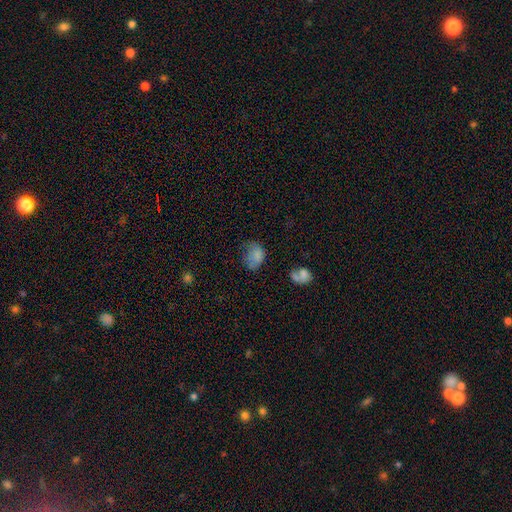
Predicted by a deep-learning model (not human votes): smooth-or-featured: smooth: 76% | featured or disk: 13% | star or artifact: 11%
  how-rounded: in between: 71% | round: 27% | cigar-shaped: 1%
  merging: none: 42% | minor disturbance: 33% | major disturbance: 20% | merger: 5%